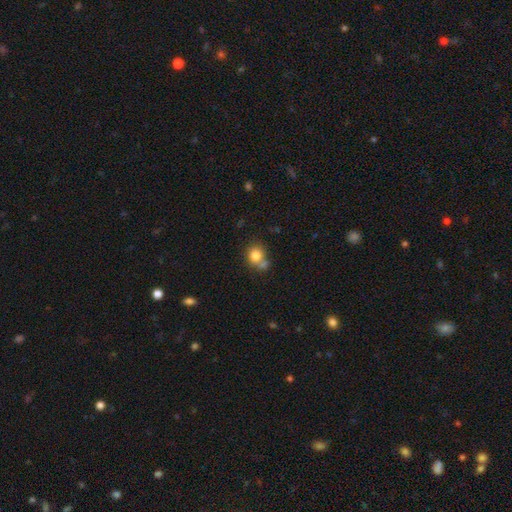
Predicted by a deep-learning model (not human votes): Smooth or featured? smooth (81%)
How rounded? round (75%)
Merging? none (51%)